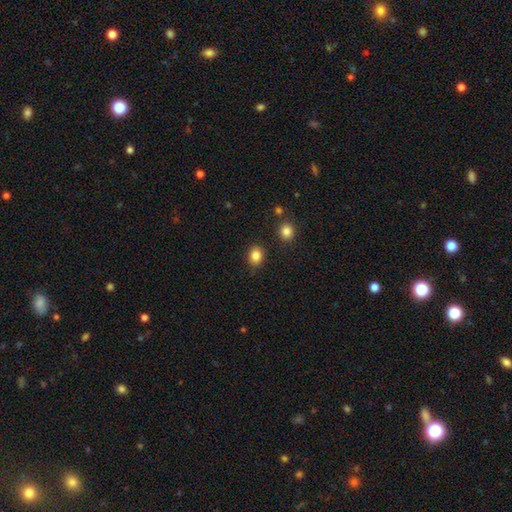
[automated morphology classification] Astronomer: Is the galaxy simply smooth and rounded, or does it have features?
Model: smooth — 85%.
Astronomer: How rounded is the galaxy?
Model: round — 57% (runner-up: in between, 42%).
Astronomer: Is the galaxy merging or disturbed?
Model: none — 85%.